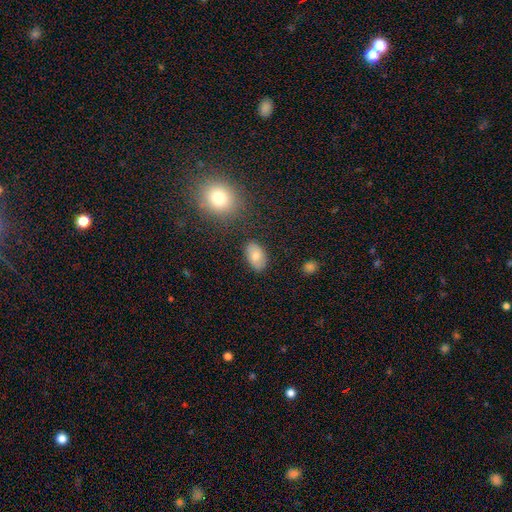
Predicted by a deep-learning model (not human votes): Smooth or featured? Predicted: smooth (p=0.78). How rounded? Predicted: in between (p=0.91). Merging? Predicted: none (p=0.82).